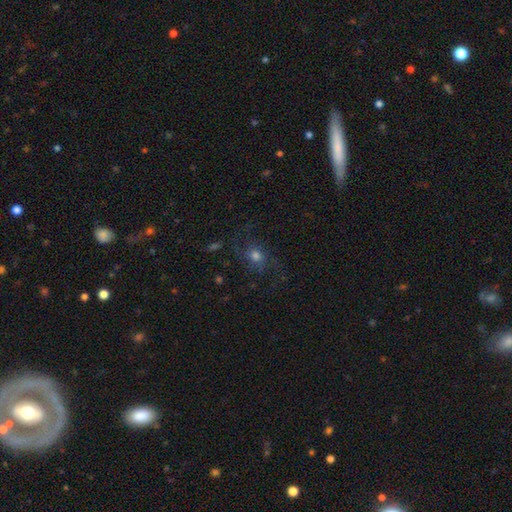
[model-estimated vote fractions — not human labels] smooth-or-featured: featured or disk: 43% | smooth: 38% | star or artifact: 19%
  merging: none: 63% | major disturbance: 18% | minor disturbance: 17% | merger: 2%